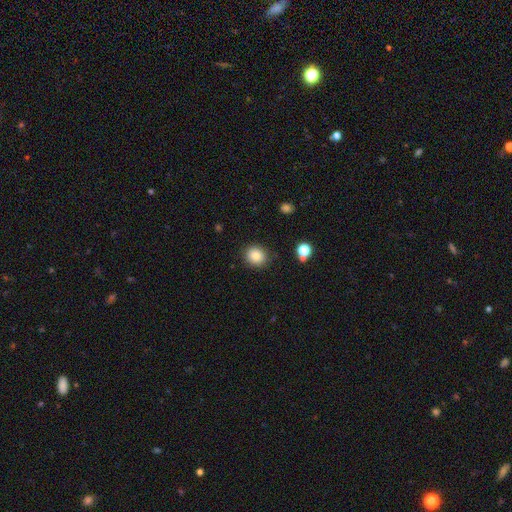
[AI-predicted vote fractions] A smooth galaxy with no disk features (85%) that is round (80%).

Vote fractions:
- Smooth or featured? smooth: 85% / star or artifact: 10% / featured or disk: 5%
- How rounded? round: 80% / in between: 19% / cigar-shaped: 1%
- Merging? none: 88% / minor disturbance: 8% / major disturbance: 3% / merger: 2%